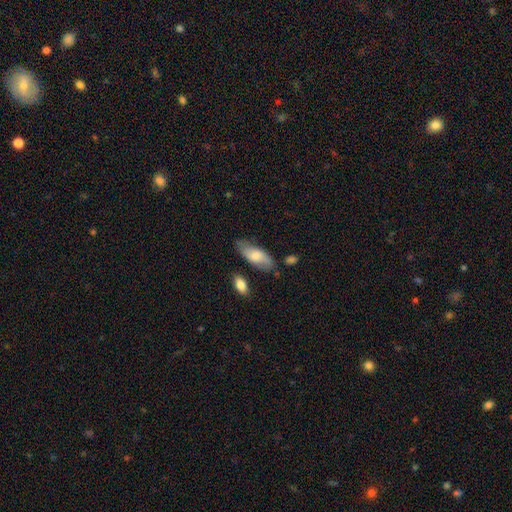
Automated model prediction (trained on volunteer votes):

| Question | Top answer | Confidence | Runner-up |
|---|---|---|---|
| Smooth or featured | smooth | 67% | featured or disk (27%) |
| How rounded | in between | 82% | cigar-shaped (16%) |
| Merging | none | 71% | minor disturbance (20%) |